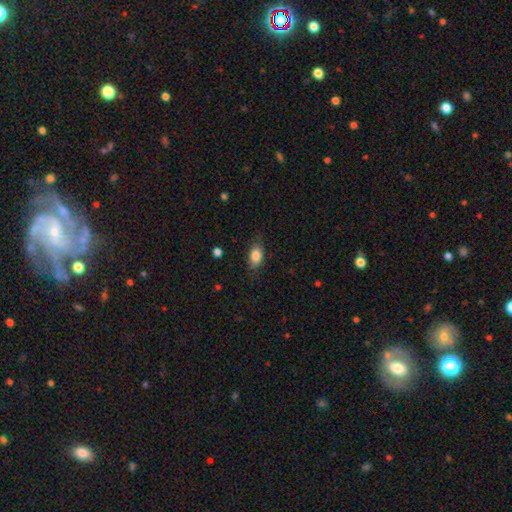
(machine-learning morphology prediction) Overall: smooth (83%). How rounded: in between (87%). Merging: none (76%).